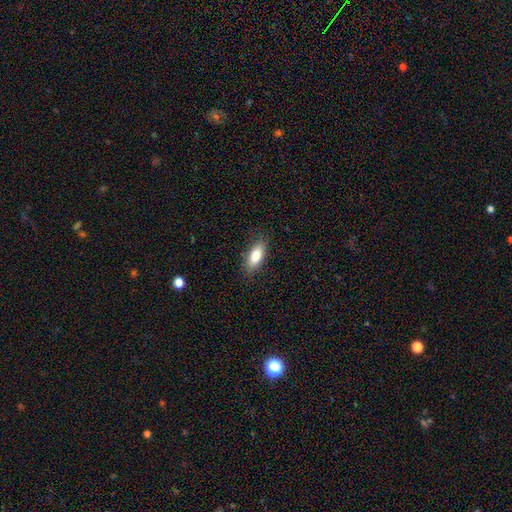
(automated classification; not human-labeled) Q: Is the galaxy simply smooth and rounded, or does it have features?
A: smooth — 82%.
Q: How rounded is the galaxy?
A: in between — 81%.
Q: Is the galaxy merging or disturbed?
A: none — 85%.